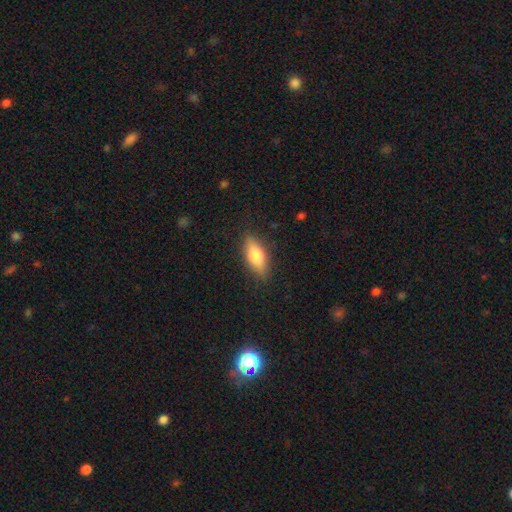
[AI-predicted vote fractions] Morphology: type=smooth (70%); roundness=in between (70%); merging=none (85%).